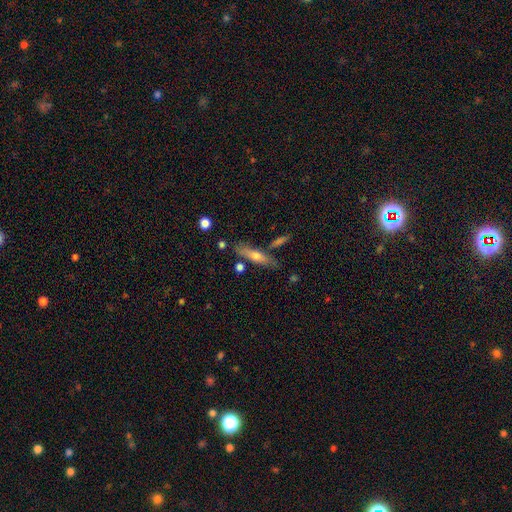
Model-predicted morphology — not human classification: Overall: featured or disk (47%; smooth 45%). Merging: none (77%).